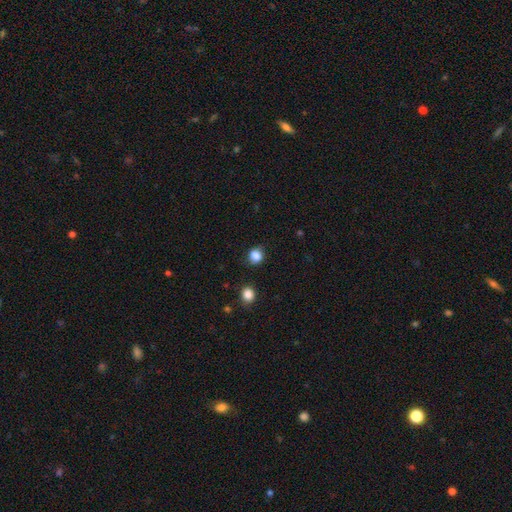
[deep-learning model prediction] smooth-or-featured: smooth: 85% | star or artifact: 11% | featured or disk: 5%
  how-rounded: round: 74% | in between: 25% | cigar-shaped: 1%
  merging: none: 74% | minor disturbance: 19% | major disturbance: 4% | merger: 3%